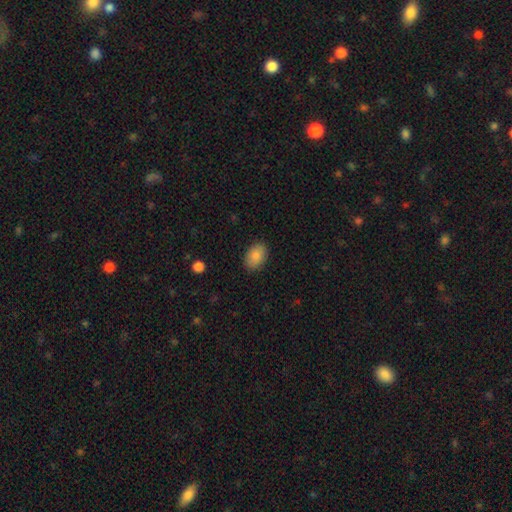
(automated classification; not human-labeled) Morphology: type=smooth (87%); roundness=in between (85%); merging=none (88%).